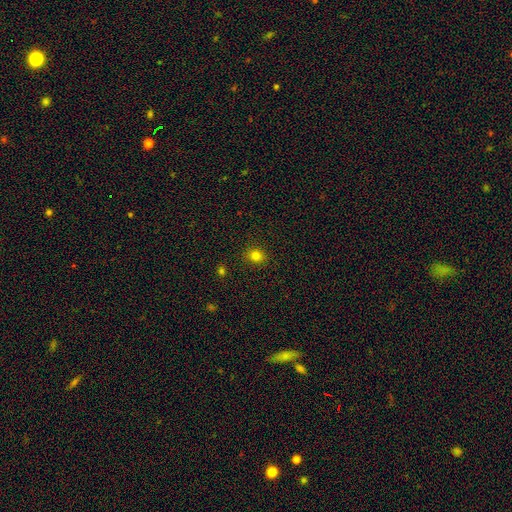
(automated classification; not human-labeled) The model was most divided on "how rounded": round: 74%, in between: 25%, cigar-shaped: 1%. More confident: merging — none (89%); smooth or featured — smooth (80%).